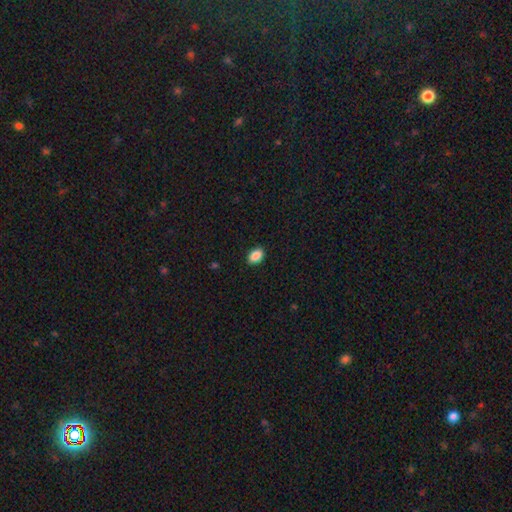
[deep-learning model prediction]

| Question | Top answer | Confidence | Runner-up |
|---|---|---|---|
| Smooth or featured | smooth | 89% | star or artifact (8%) |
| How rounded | in between | 87% | round (12%) |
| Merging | none | 89% | minor disturbance (8%) |